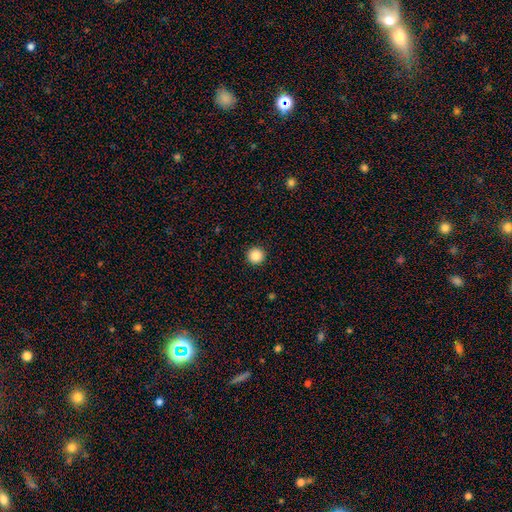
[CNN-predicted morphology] smooth-or-featured: smooth: 87% | star or artifact: 10% | featured or disk: 4%
  how-rounded: round: 96% | in between: 3% | cigar-shaped: 1%
  merging: none: 94% | minor disturbance: 4% | major disturbance: 1% | merger: 1%